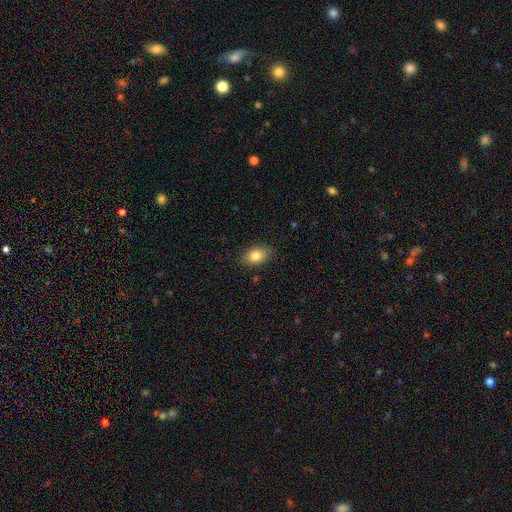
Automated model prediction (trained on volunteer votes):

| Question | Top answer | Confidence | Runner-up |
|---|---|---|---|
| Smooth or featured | smooth | 83% | featured or disk (9%) |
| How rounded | in between | 84% | round (14%) |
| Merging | none | 86% | minor disturbance (10%) |